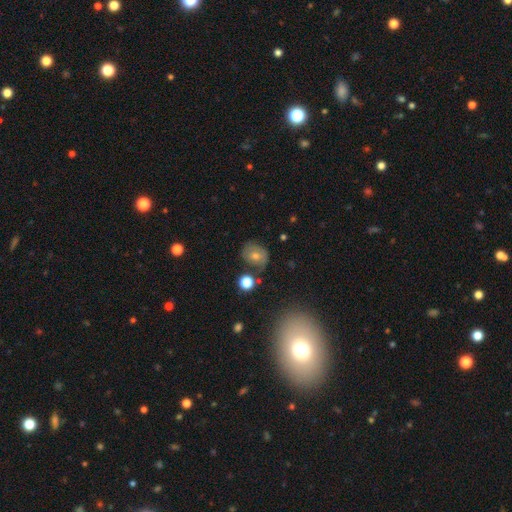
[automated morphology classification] smooth_or_featured: smooth (p=0.59) [alt: featured or disk p=0.28]
how_rounded: round (p=0.55) [alt: in between p=0.43]
merging: none (p=0.64) [alt: minor disturbance p=0.22]